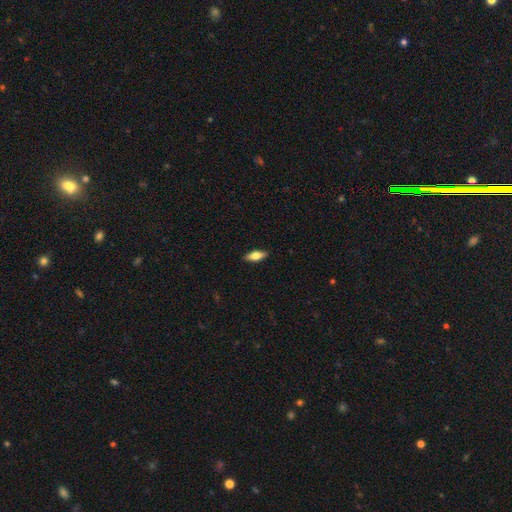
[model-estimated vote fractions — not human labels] Overall: smooth (67%). How rounded: in between (68%; cigar-shaped 30%). Merging: none (89%).